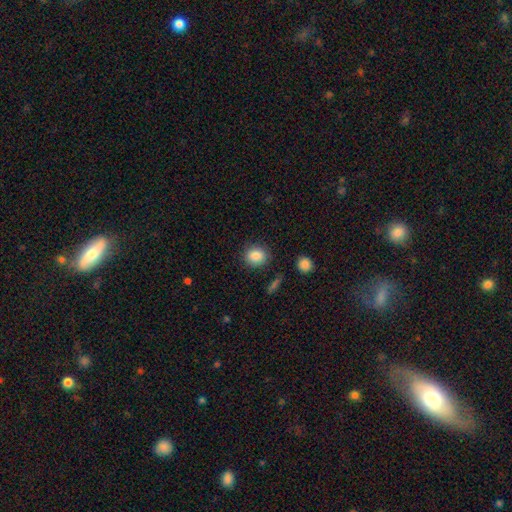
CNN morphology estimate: type=smooth (87%); roundness=round (70%); merging=none (85%).